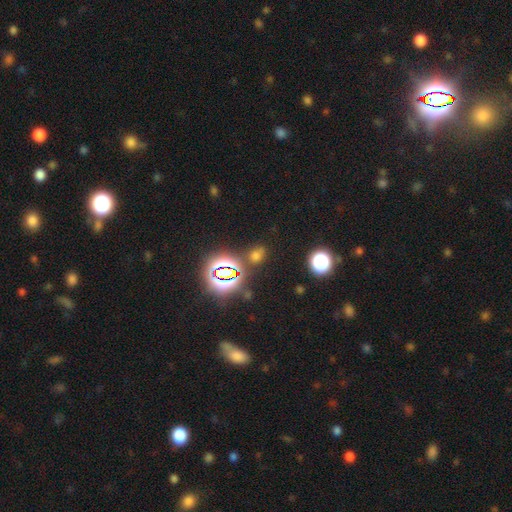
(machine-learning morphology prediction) Q: Smooth or featured?
A: smooth (52%); runner-up: star or artifact (41%)
Q: How rounded?
A: round (53%); runner-up: in between (45%)
Q: Merging?
A: none (73%); runner-up: minor disturbance (13%)